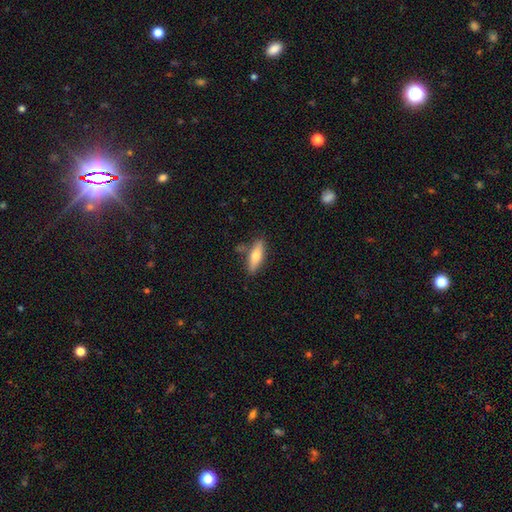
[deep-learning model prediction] This appears to be a smooth galaxy with no disk features (65%) that is cigar-shaped (51%). Merging: none (78%).